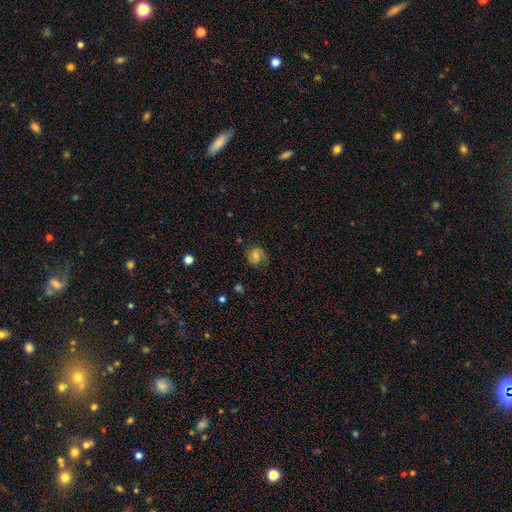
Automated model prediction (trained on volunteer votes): Q: Smooth or featured?
A: featured or disk (46%); runner-up: smooth (43%)
Q: Merging?
A: none (78%); runner-up: minor disturbance (16%)